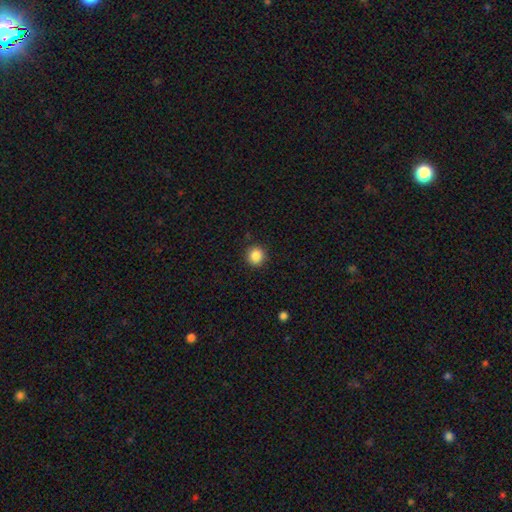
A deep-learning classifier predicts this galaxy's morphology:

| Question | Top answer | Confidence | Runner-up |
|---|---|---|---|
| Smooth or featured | smooth | 86% | star or artifact (10%) |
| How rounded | round | 93% | in between (6%) |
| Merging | none | 91% | minor disturbance (6%) |